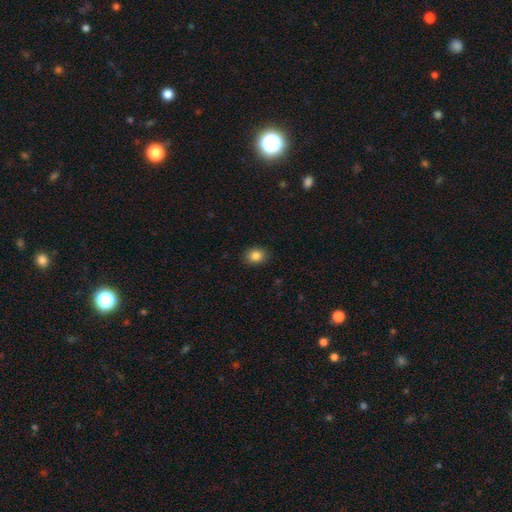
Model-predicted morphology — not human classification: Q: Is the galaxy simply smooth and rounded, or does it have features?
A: smooth — 85%.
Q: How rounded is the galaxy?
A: round — 50%.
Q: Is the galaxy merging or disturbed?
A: none — 88%.